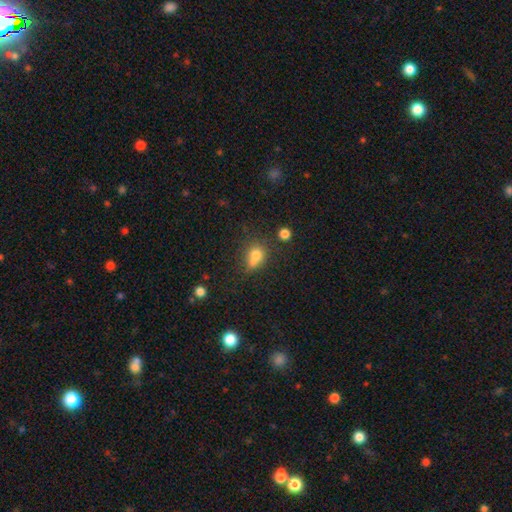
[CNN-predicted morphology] Overall: smooth (74%). How rounded: round (69%; in between 30%). Merging: none (41%; merger 36%).